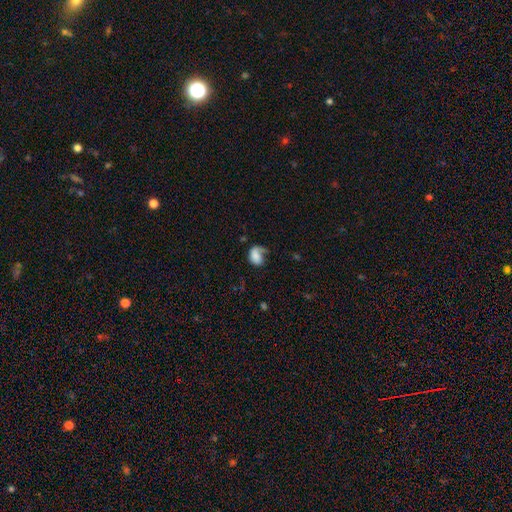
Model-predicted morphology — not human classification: The model was most divided on "merging": major disturbance: 37%, none: 33%, minor disturbance: 24%, merger: 6%. More confident: how rounded — in between (73%); smooth or featured — smooth (62%).